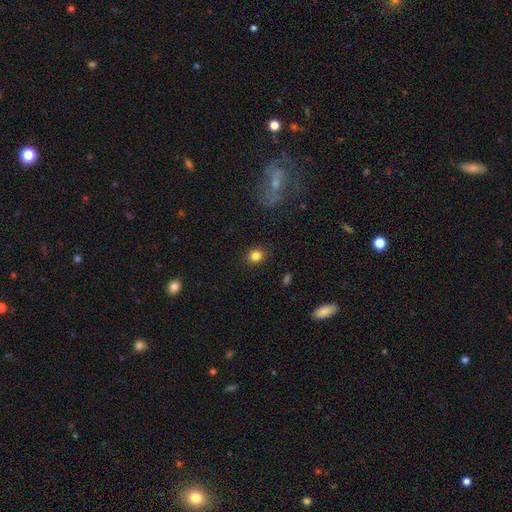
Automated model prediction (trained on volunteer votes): smooth_or_featured: smooth (p=0.84) [alt: star or artifact p=0.11]
how_rounded: round (p=0.76) [alt: in between p=0.23]
merging: none (p=0.89) [alt: minor disturbance p=0.08]